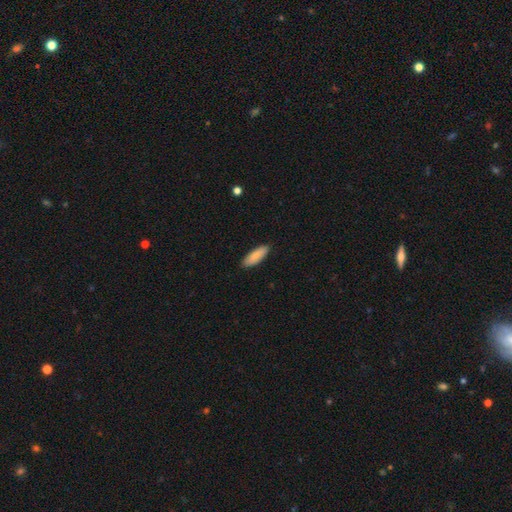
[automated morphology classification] Smooth or featured? Predicted: smooth (p=0.87). How rounded? Predicted: in between (p=0.59). Merging? Predicted: none (p=0.89).